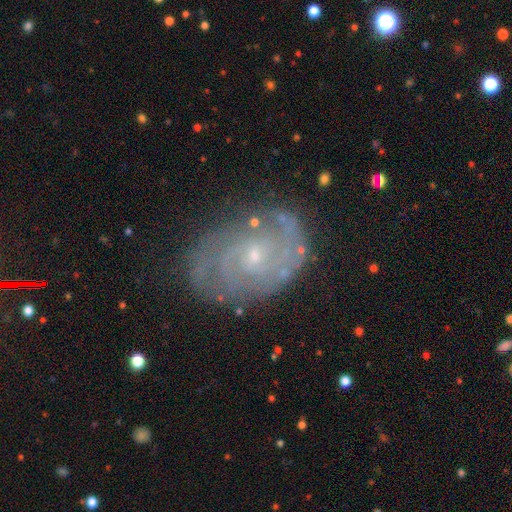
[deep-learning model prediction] Overall: featured or disk (83%). Edge-on disk: no (97%). Bar: no (68%). Spiral arms: yes (93%). Spiral arm count: 2 (46%; can't tell 28%). Spiral winding: tight (63%; medium 29%). Bulge size: small (78%). Merging: none (77%).